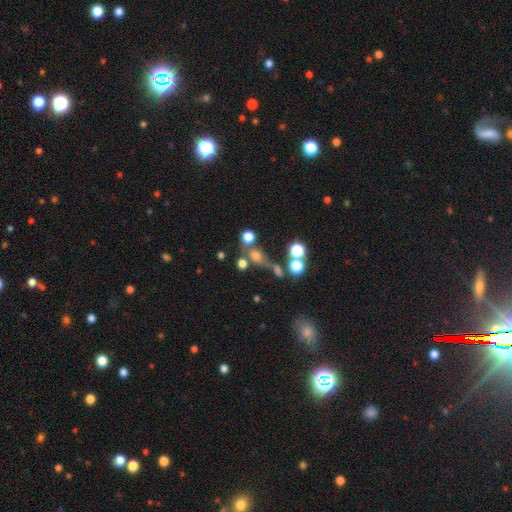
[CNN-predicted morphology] A smooth galaxy with no disk features (59%) that is round (62%). Merging: none (43%).